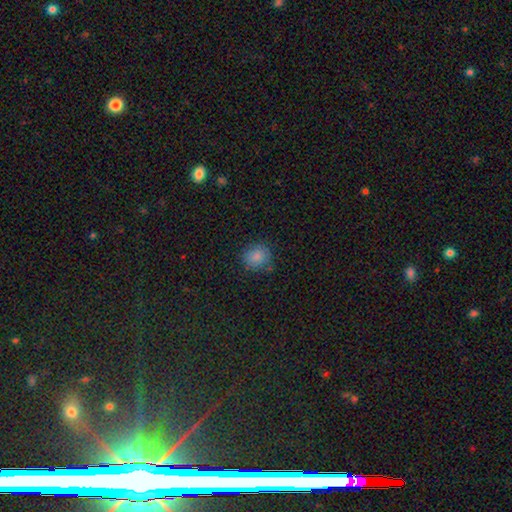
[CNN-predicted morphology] Smooth or featured?
  - smooth: 81% *
  - star or artifact: 14%
  - featured or disk: 5%
How rounded?
  - round: 81% *
  - in between: 18%
  - cigar-shaped: 1%
Merging?
  - none: 82% *
  - minor disturbance: 13%
  - major disturbance: 3%
  - merger: 2%